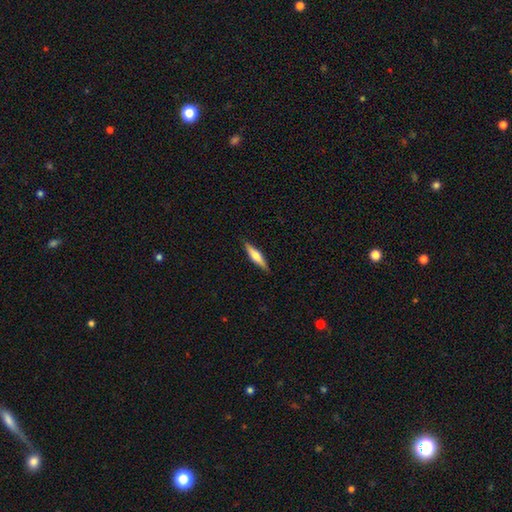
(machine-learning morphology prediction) Smooth or featured? Predicted: smooth (p=0.49). Merging? Predicted: none (p=0.89).